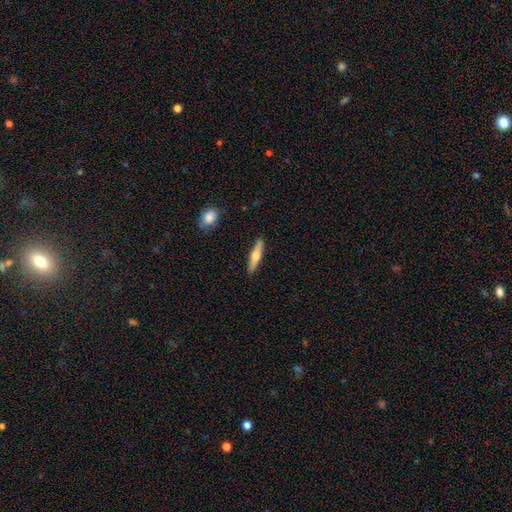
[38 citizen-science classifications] Smooth or featured?
  - smooth: 55% *
  - featured or disk: 39%
  - star or artifact: 5%
How rounded?
  - cigar-shaped: 90% *
  - in between: 10%
  - round: 0%
Merging?
  - none: 94% *
  - minor disturbance: 6%
  - major disturbance: 0%
  - merger: 0%